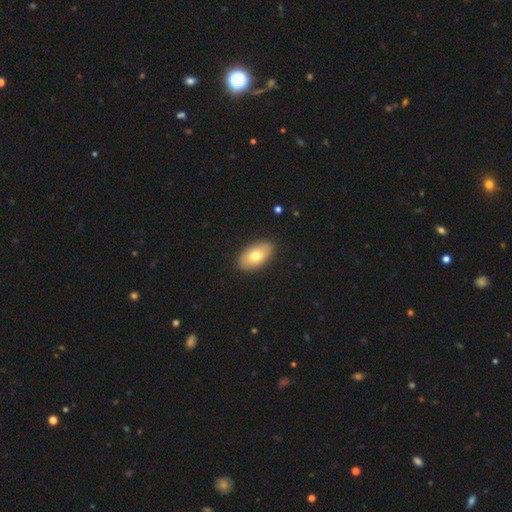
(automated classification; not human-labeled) smooth 73%, featured or disk 21%, star or artifact 6%. Down the decision tree: how rounded — in between (93%); merging — none (89%).